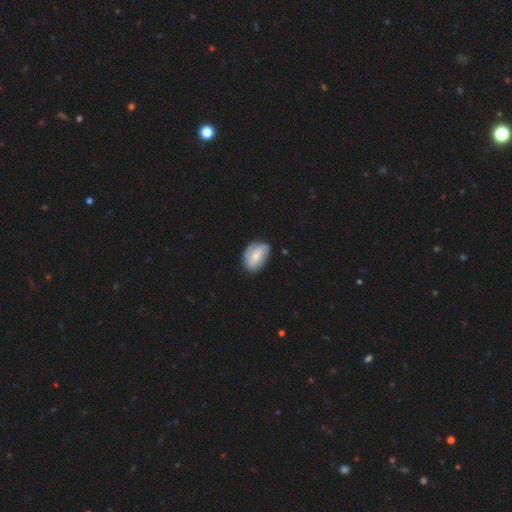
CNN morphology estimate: Smooth or featured: featured or disk — 50% (smooth — 44%)
Merging: none — 65% (minor disturbance — 26%)